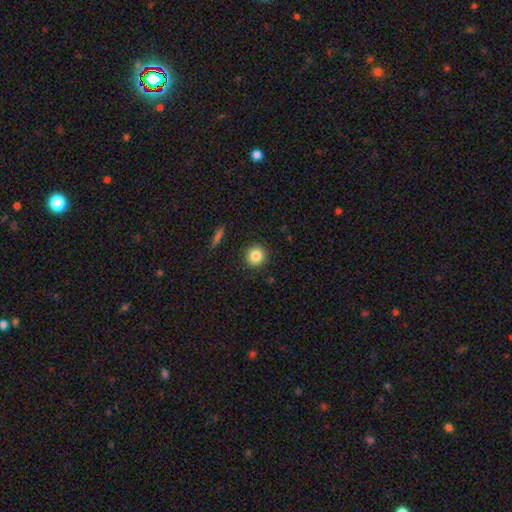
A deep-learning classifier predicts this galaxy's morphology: Q: Smooth or featured?
A: smooth (84%); runner-up: star or artifact (10%)
Q: How rounded?
A: round (94%); runner-up: in between (5%)
Q: Merging?
A: none (91%); runner-up: minor disturbance (6%)